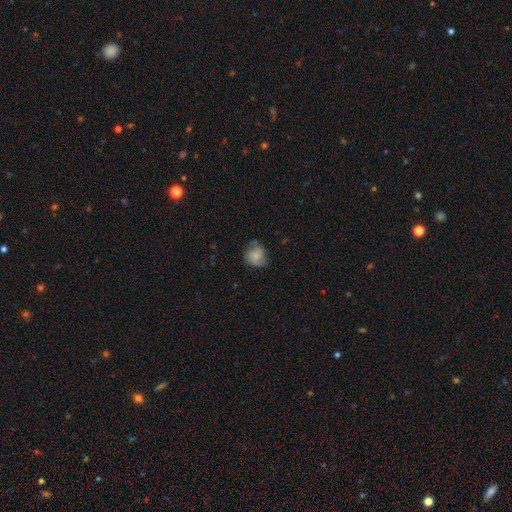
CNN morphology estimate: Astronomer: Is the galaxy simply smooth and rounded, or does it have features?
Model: smooth — 69%.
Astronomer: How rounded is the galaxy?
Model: round — 72%.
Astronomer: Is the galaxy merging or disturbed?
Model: none — 60%.